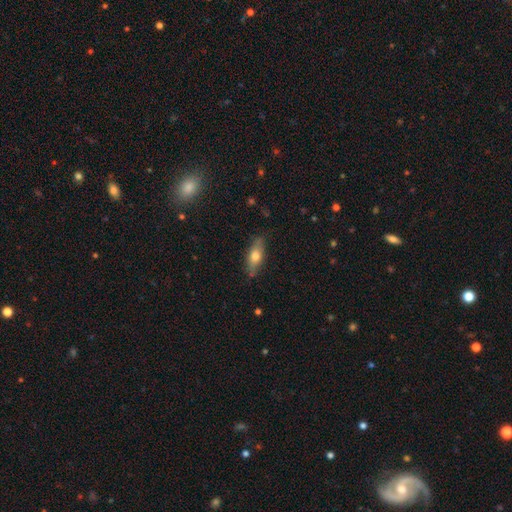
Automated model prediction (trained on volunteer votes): smooth-or-featured: smooth: 62% | featured or disk: 32% | star or artifact: 6%
  how-rounded: in between: 64% | cigar-shaped: 32% | round: 3%
  merging: none: 82% | minor disturbance: 14% | major disturbance: 3% | merger: 1%